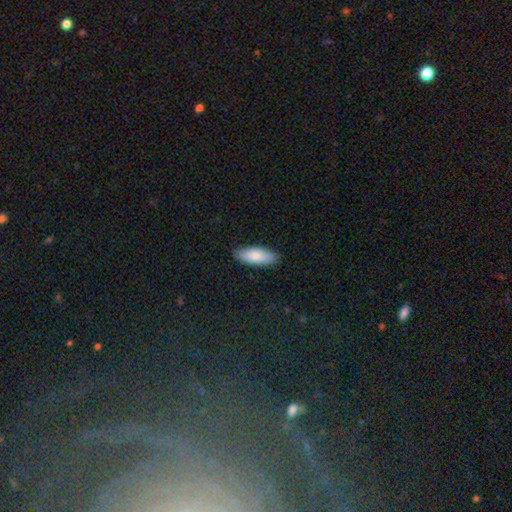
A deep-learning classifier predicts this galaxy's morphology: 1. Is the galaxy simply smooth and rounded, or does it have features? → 85% smooth, 10% featured or disk, 5% star or artifact.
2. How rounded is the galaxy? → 72% in between, 26% cigar-shaped, 2% round.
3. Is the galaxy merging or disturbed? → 87% none, 10% minor disturbance, 2% major disturbance, 1% merger.